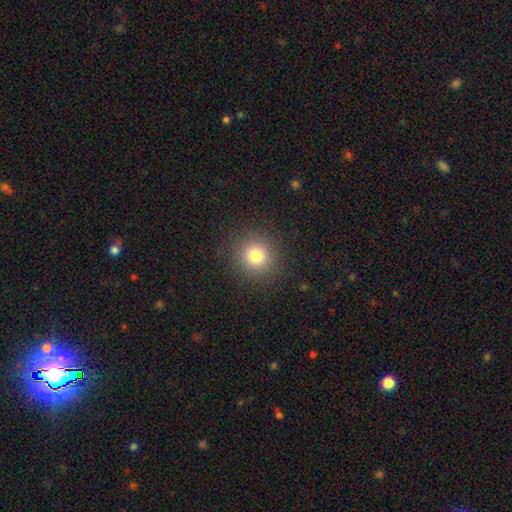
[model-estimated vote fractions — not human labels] The model was most divided on "smooth or featured": smooth: 79%, star or artifact: 14%, featured or disk: 7%. More confident: how rounded — round (93%); merging — none (90%).